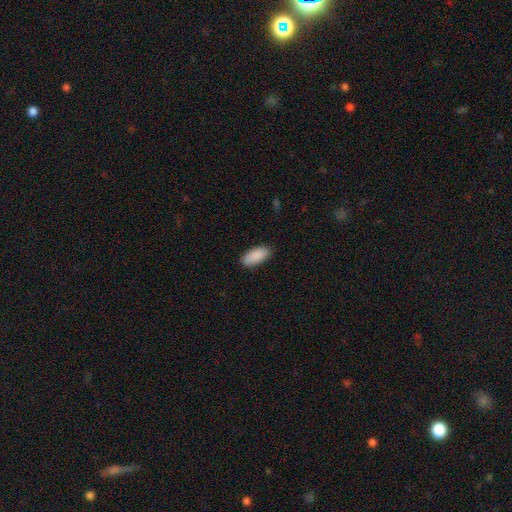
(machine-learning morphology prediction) Smooth or featured? smooth (90%)
How rounded? in between (88%)
Merging? none (86%)